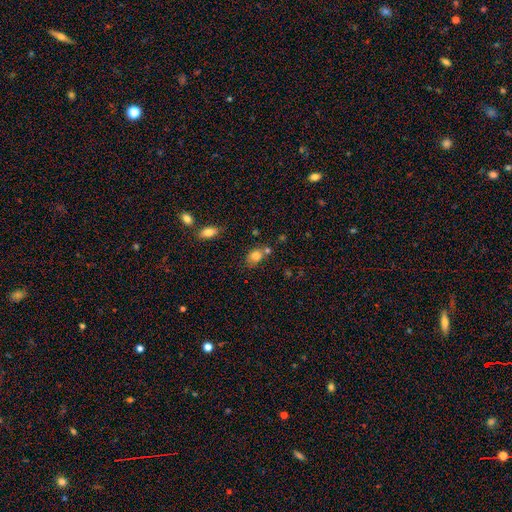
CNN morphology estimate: A smooth galaxy with no disk features (81%) that is in between round and cigar-shaped (63%).

Vote fractions:
- Smooth or featured? smooth: 81% / star or artifact: 11% / featured or disk: 8%
- How rounded? in between: 63% / round: 36% / cigar-shaped: 2%
- Merging? none: 51% / merger: 24% / minor disturbance: 18% / major disturbance: 6%